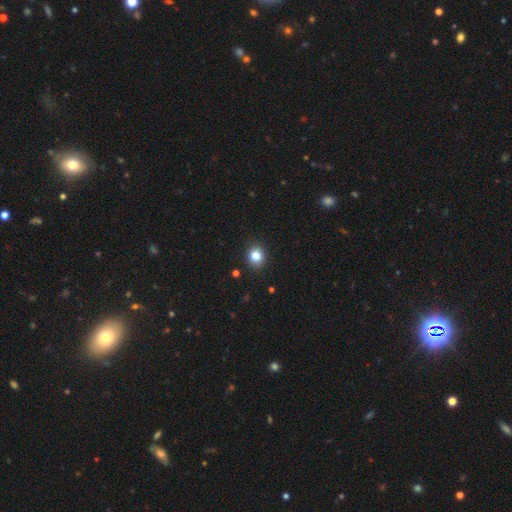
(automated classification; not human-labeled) smooth 83%, star or artifact 11%, featured or disk 6%. Down the decision tree: how rounded — round (62%); merging — none (90%).